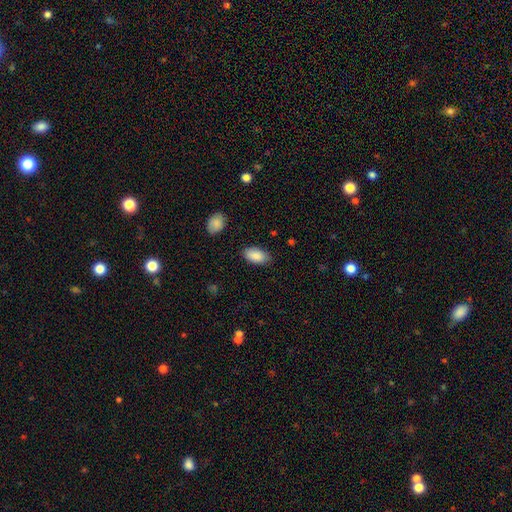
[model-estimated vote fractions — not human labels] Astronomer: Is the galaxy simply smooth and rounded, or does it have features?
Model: smooth — 88%.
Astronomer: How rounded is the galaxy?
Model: in between — 94%.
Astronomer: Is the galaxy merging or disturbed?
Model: none — 82%.